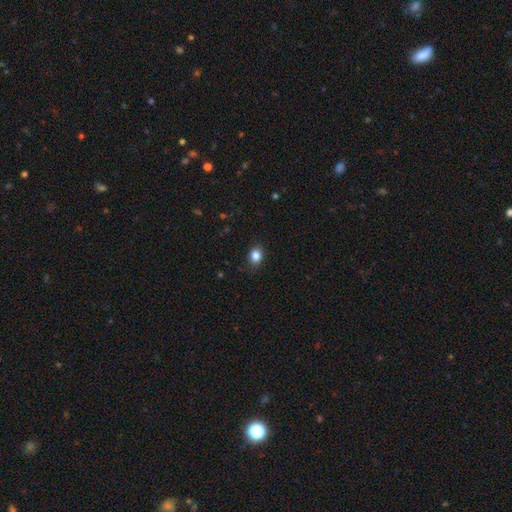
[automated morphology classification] A smooth galaxy with no disk features (84%) that is in between round and cigar-shaped (54%).

Vote fractions:
- Smooth or featured? smooth: 84% / star or artifact: 11% / featured or disk: 5%
- How rounded? in between: 54% / round: 45% / cigar-shaped: 1%
- Merging? none: 86% / minor disturbance: 10% / major disturbance: 2% / merger: 1%